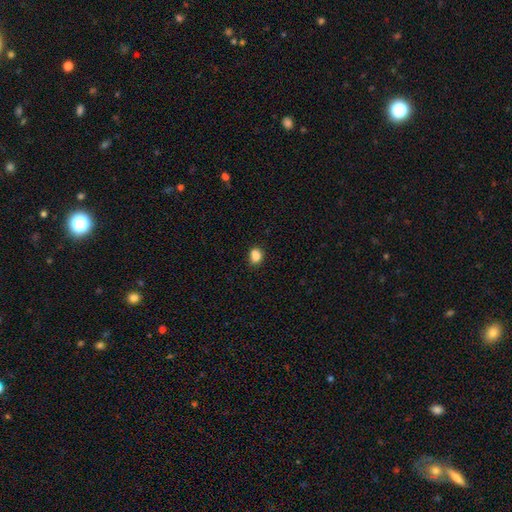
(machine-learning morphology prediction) A smooth galaxy with no disk features (82%) that is round (52%). Merging: none (58%).